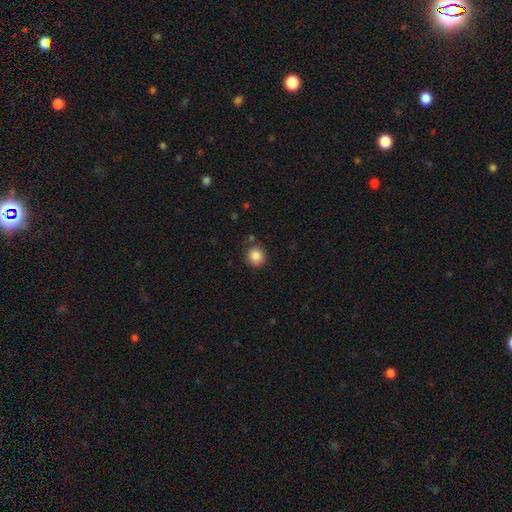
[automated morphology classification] The model was most divided on "merging": none: 85%, minor disturbance: 9%, merger: 3%, major disturbance: 3%. More confident: how rounded — round (89%); smooth or featured — smooth (87%).